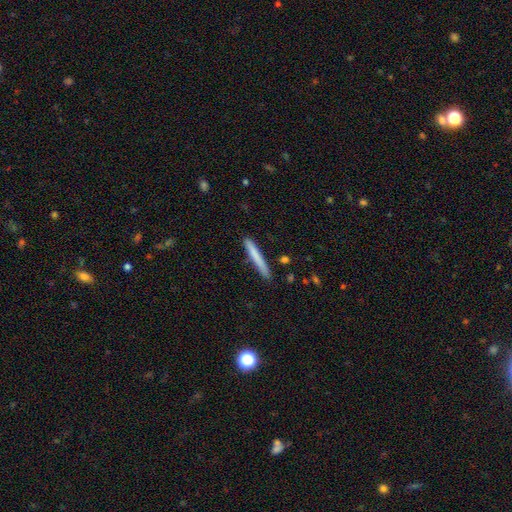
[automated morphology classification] Smooth or featured? smooth (75%)
How rounded? cigar-shaped (97%)
Merging? none (88%)